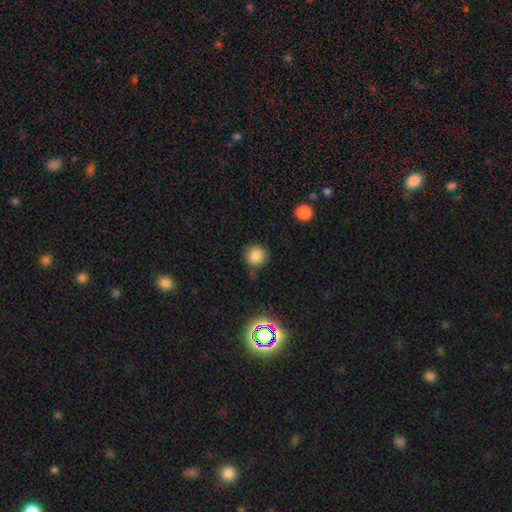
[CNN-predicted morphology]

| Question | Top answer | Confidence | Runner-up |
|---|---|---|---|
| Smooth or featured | smooth | 81% | star or artifact (14%) |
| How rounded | round | 92% | in between (7%) |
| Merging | none | 72% | minor disturbance (18%) |